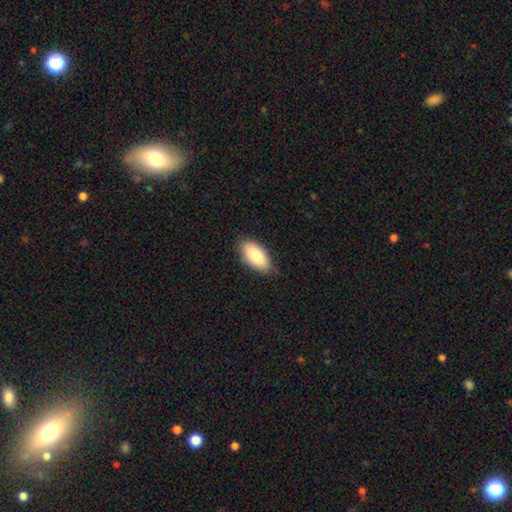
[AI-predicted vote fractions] Smooth or featured?
  - smooth: 84% *
  - featured or disk: 10%
  - star or artifact: 6%
How rounded?
  - in between: 94% *
  - cigar-shaped: 4%
  - round: 2%
Merging?
  - none: 83% *
  - minor disturbance: 14%
  - major disturbance: 2%
  - merger: 1%